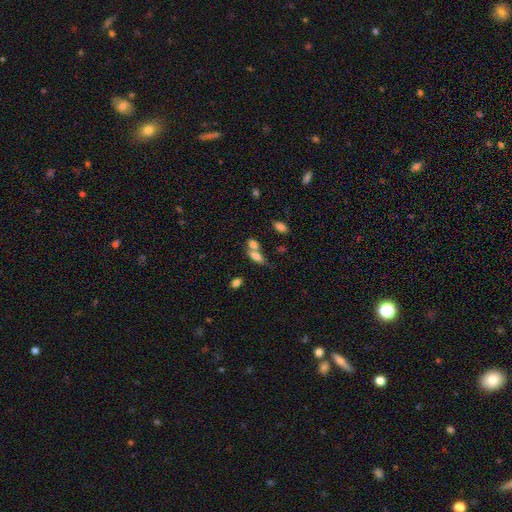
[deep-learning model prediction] Overall: smooth (74%). How rounded: in between (79%). Merging: merger (51%; none 34%).